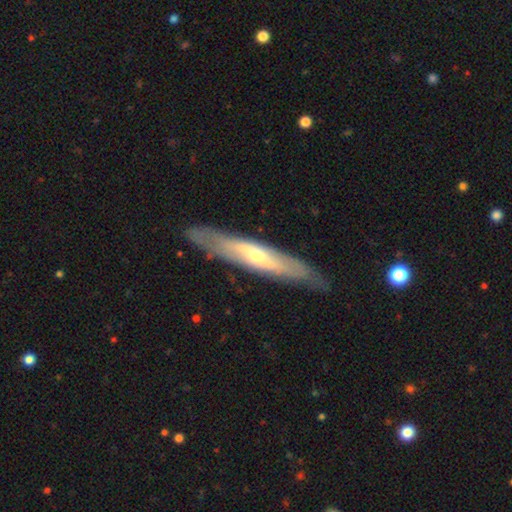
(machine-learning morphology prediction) Smooth or featured? Predicted: featured or disk (p=0.61). Edge-on disk? Predicted: yes (p=0.63). Merging? Predicted: none (p=0.82).